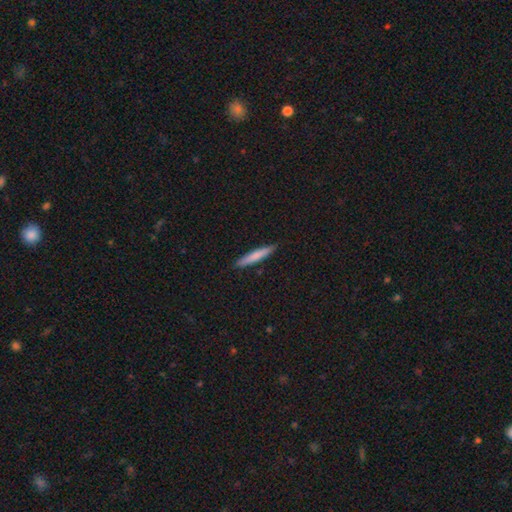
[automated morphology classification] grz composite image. It shows a smooth galaxy with no disk features (74%) that is cigar-shaped (93%). Merging: none (89%).